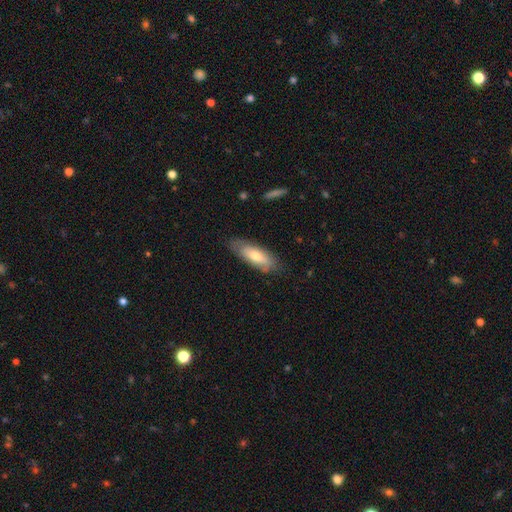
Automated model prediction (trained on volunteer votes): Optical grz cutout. It shows a smooth galaxy with no disk features (62%) that is in between round and cigar-shaped (69%). Merging: none (78%).